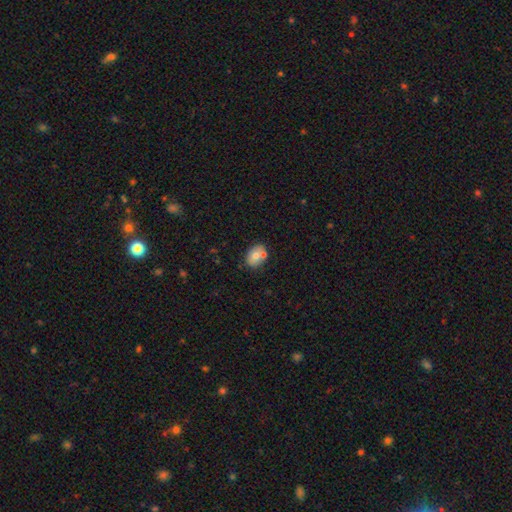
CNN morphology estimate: Smooth or featured: smooth — 68% (featured or disk — 24%)
How rounded: in between — 67% (round — 32%)
Merging: none — 60% (merger — 22%)